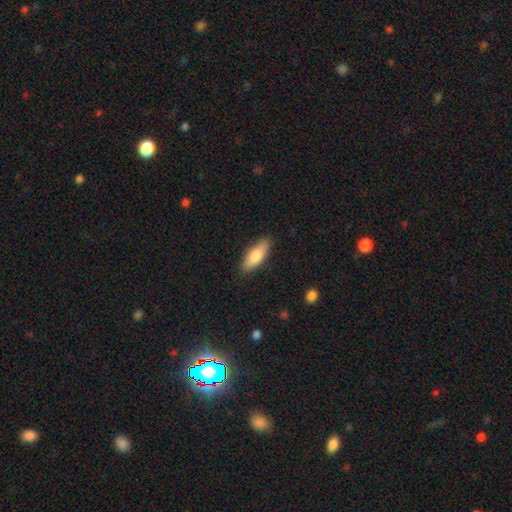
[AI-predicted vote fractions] This is likely a smooth galaxy (77%). How rounded: likely in between (66%). Merging: clearly none (87%).